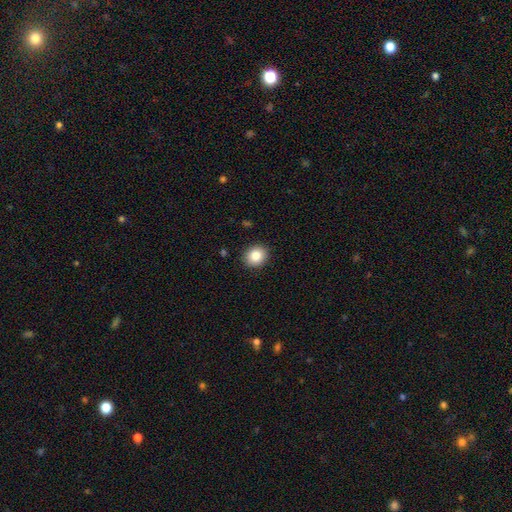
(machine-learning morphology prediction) The model was most divided on "how rounded": round: 72%, in between: 27%, cigar-shaped: 1%. More confident: merging — none (91%); smooth or featured — smooth (84%).